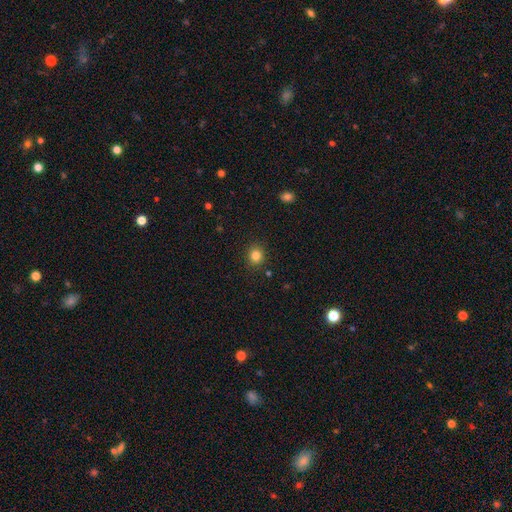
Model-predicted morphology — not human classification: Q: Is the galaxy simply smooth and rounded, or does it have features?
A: smooth — 82%.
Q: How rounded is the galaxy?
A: round — 84%.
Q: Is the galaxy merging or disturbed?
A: none — 89%.